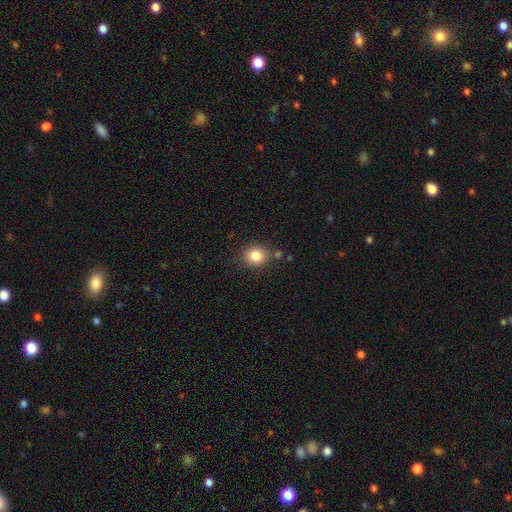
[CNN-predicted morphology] Smooth or featured?
  - smooth: 84% *
  - star or artifact: 11%
  - featured or disk: 6%
How rounded?
  - round: 82% *
  - in between: 17%
  - cigar-shaped: 1%
Merging?
  - none: 80% *
  - minor disturbance: 11%
  - merger: 6%
  - major disturbance: 3%